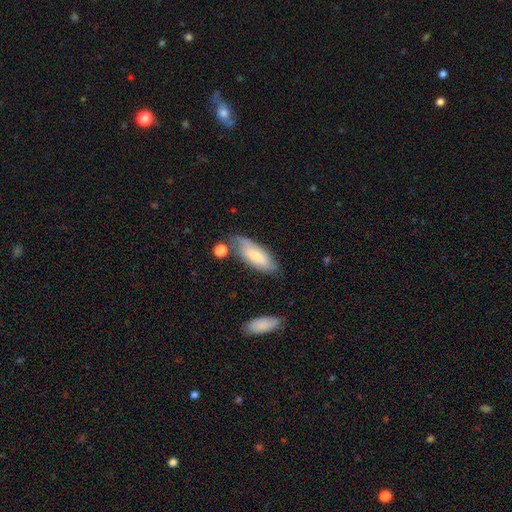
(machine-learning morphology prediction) Smooth or featured: smooth — 68% (featured or disk — 26%)
How rounded: in between — 69% (cigar-shaped — 29%)
Merging: none — 58% (minor disturbance — 26%)